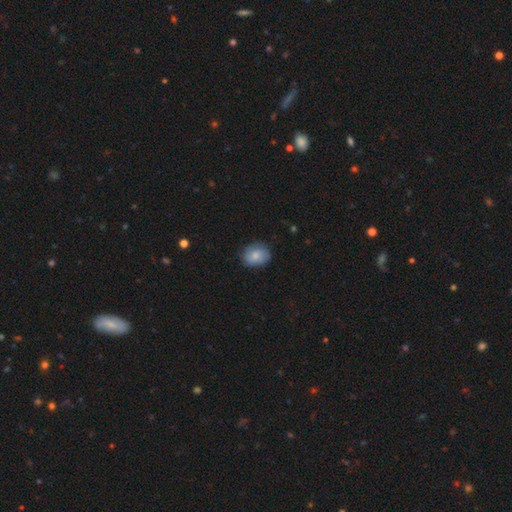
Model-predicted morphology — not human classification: The model was most divided on "how rounded": round: 52%, in between: 47%, cigar-shaped: 1%. More confident: merging — none (77%); smooth or featured — smooth (75%).